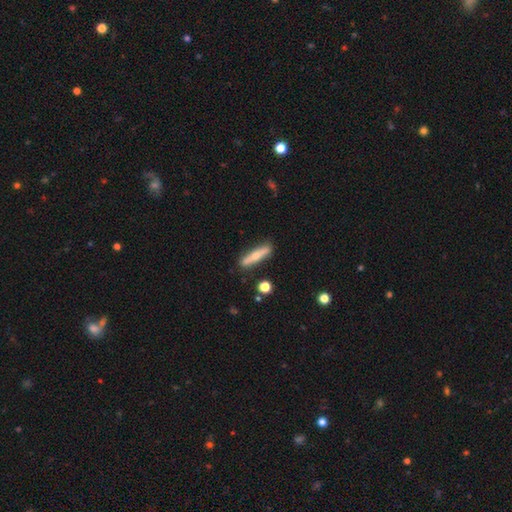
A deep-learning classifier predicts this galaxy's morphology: This is possibly a smooth galaxy (47%). Merging: clearly none (85%).